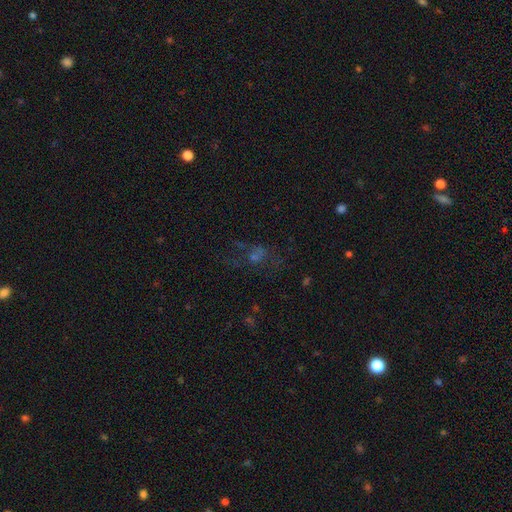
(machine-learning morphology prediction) This is marginally a star or artifact rather than a galaxy (37%).